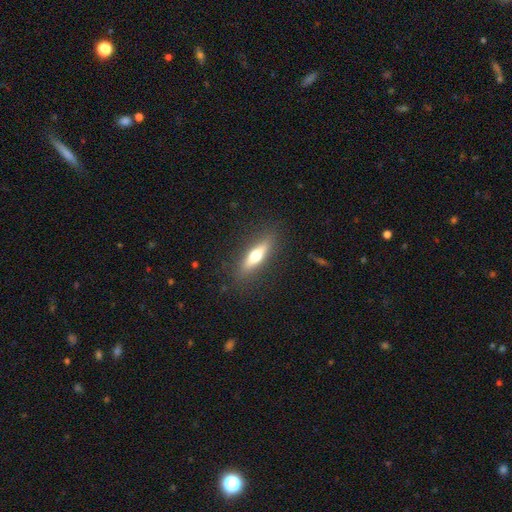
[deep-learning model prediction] Smooth or featured? smooth (54%)
How rounded? cigar-shaped (69%)
Merging? none (87%)